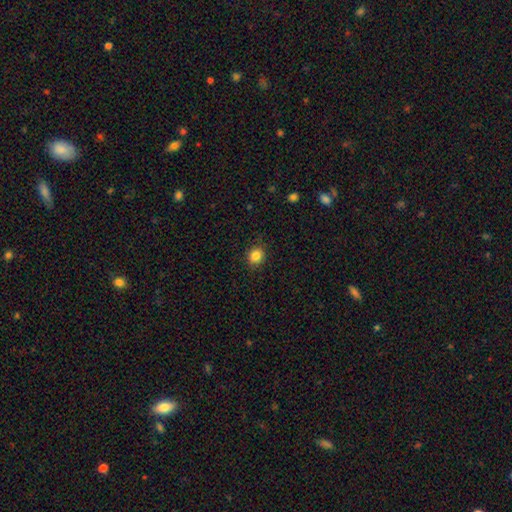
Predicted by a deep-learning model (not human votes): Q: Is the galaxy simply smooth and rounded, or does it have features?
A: smooth — 85%.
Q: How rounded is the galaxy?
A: round — 79%.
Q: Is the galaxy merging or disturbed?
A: none — 88%.